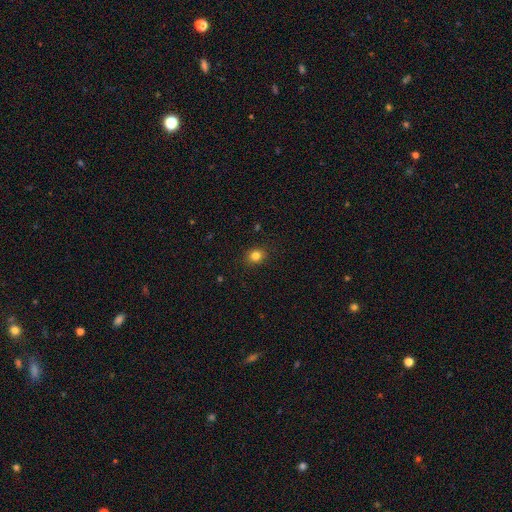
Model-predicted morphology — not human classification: smooth-or-featured: smooth: 82% | star or artifact: 12% | featured or disk: 5%
  how-rounded: round: 71% | in between: 28% | cigar-shaped: 1%
  merging: none: 90% | minor disturbance: 7% | major disturbance: 2% | merger: 1%